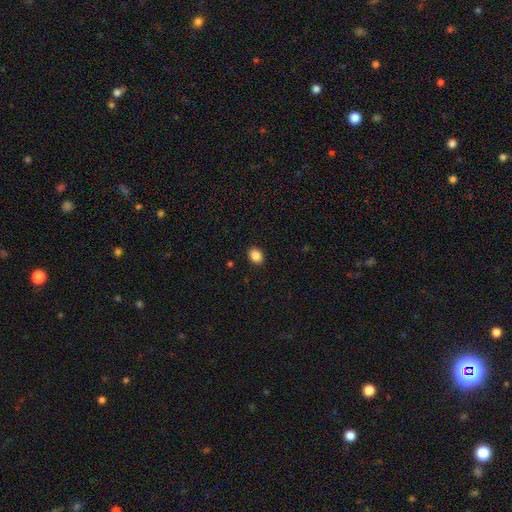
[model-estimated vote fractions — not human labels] Q: Smooth or featured?
A: smooth (88%); runner-up: star or artifact (9%)
Q: How rounded?
A: round (51%); runner-up: in between (48%)
Q: Merging?
A: none (91%); runner-up: minor disturbance (6%)